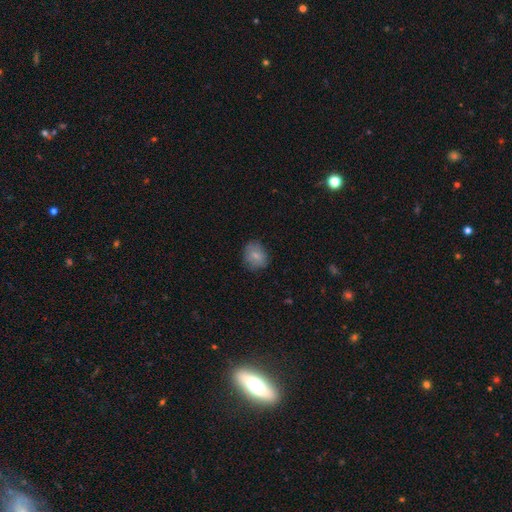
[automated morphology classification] smooth-or-featured: smooth: 78% | featured or disk: 14% | star or artifact: 8%
  how-rounded: round: 55% | in between: 44% | cigar-shaped: 1%
  merging: none: 76% | minor disturbance: 18% | major disturbance: 5% | merger: 1%